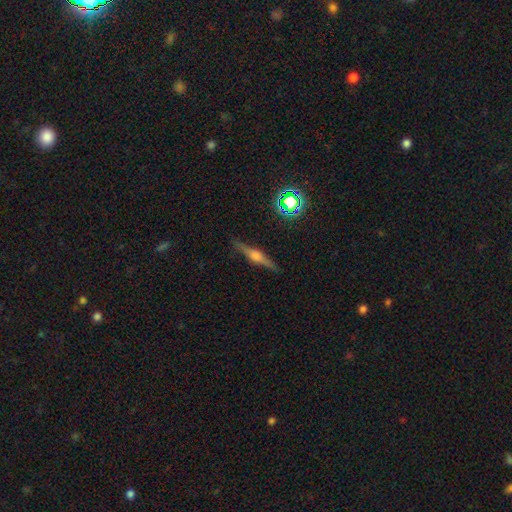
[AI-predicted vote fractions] Morphology: type=featured or disk (79%); edge-on=yes (98%); edge-on bulge=rounded (86%); merging=none (90%).